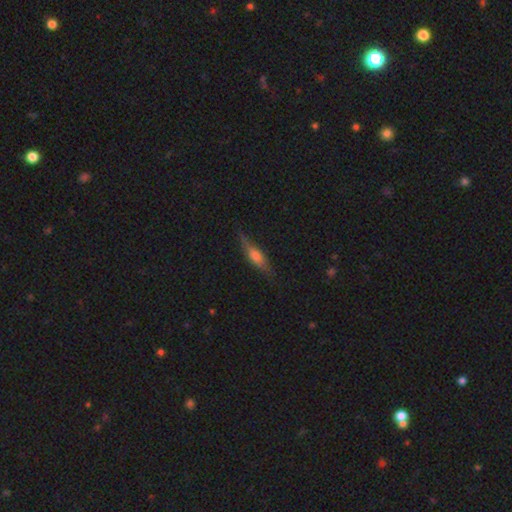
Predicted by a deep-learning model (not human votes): Q: Smooth or featured?
A: smooth (51%); runner-up: featured or disk (41%)
Q: How rounded?
A: cigar-shaped (60%); runner-up: in between (37%)
Q: Merging?
A: none (77%); runner-up: minor disturbance (18%)